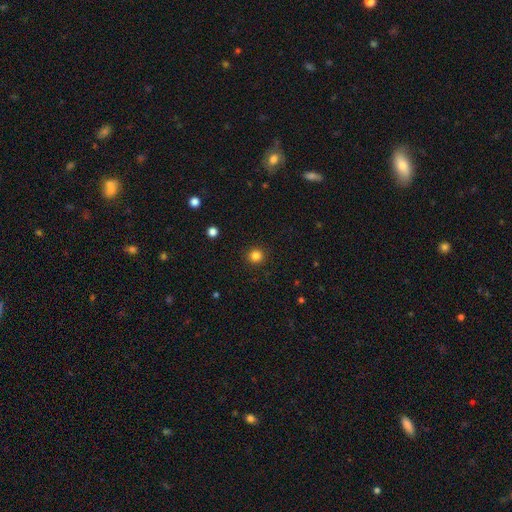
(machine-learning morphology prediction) type=smooth (83%); roundness=round (93%); merging=none (92%).